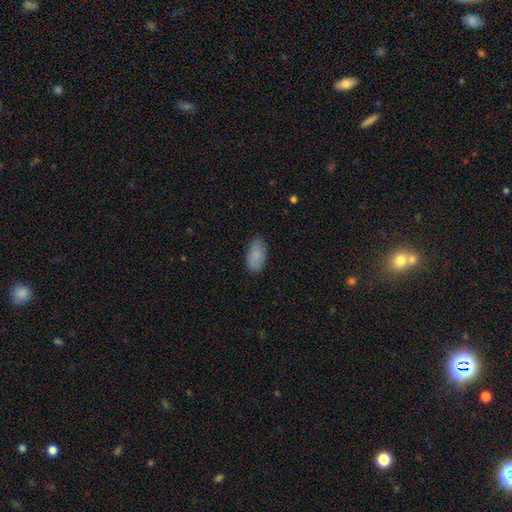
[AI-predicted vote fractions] smooth 86%, featured or disk 8%, star or artifact 7%. Down the decision tree: how rounded — in between (94%); merging — none (82%).